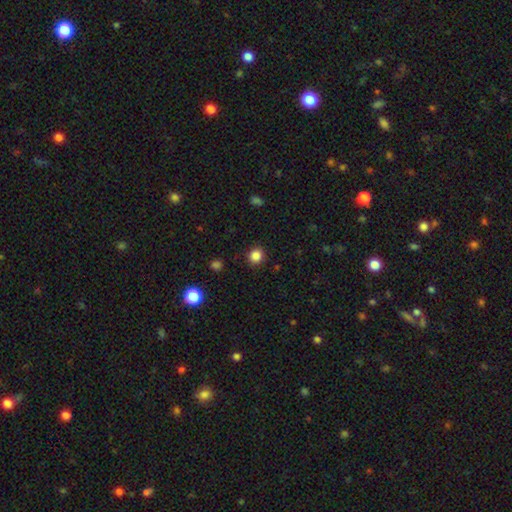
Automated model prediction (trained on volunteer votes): smooth_or_featured: smooth (p=0.85) [alt: star or artifact p=0.12]
how_rounded: round (p=0.85) [alt: in between p=0.15]
merging: none (p=0.90) [alt: minor disturbance p=0.07]